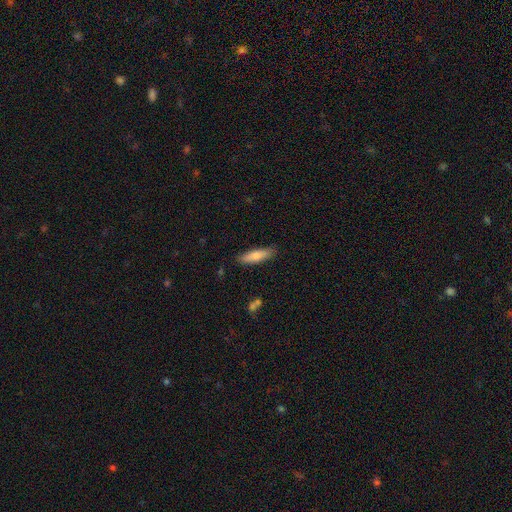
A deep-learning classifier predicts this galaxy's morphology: smooth-or-featured: smooth: 76% | featured or disk: 18% | star or artifact: 6%
  how-rounded: cigar-shaped: 66% | in between: 32% | round: 2%
  merging: none: 85% | minor disturbance: 11% | major disturbance: 2% | merger: 2%